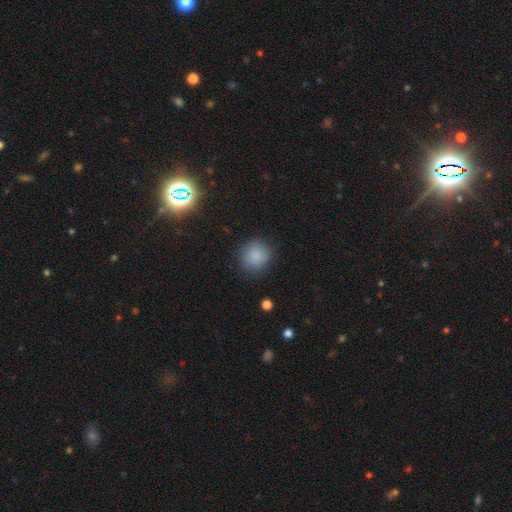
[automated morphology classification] smooth_or_featured: smooth (p=0.85) [alt: star or artifact p=0.10]
how_rounded: round (p=0.86) [alt: in between p=0.13]
merging: none (p=0.83) [alt: minor disturbance p=0.12]